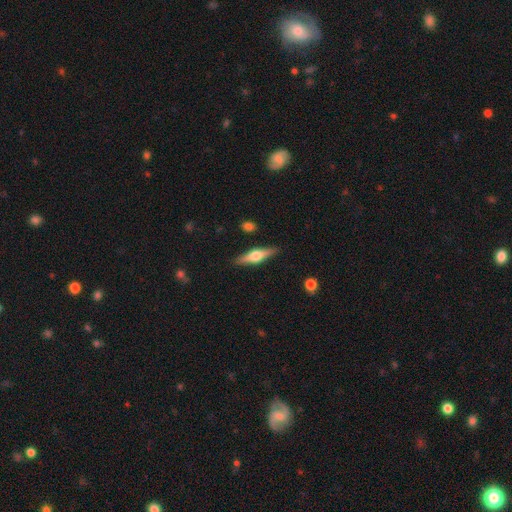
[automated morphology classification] featured or disk 63%, smooth 31%, star or artifact 6%. Down the decision tree: edge-on disk — yes (96%); edge-on bulge — rounded (93%); merging — none (89%).